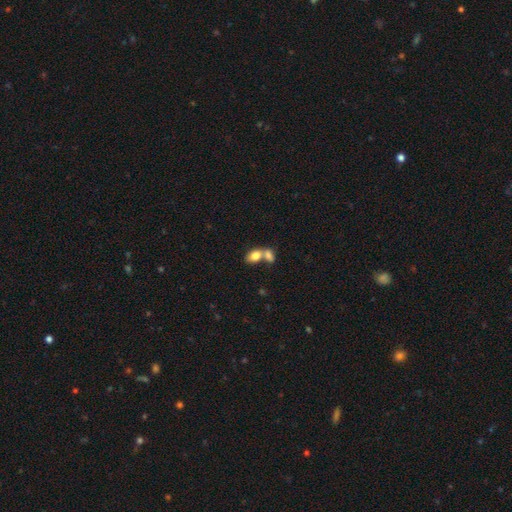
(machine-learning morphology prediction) Smooth or featured?
  - smooth: 79% *
  - featured or disk: 13%
  - star or artifact: 8%
How rounded?
  - in between: 84% *
  - round: 14%
  - cigar-shaped: 2%
Merging?
  - merger: 63% *
  - none: 26%
  - minor disturbance: 7%
  - major disturbance: 4%